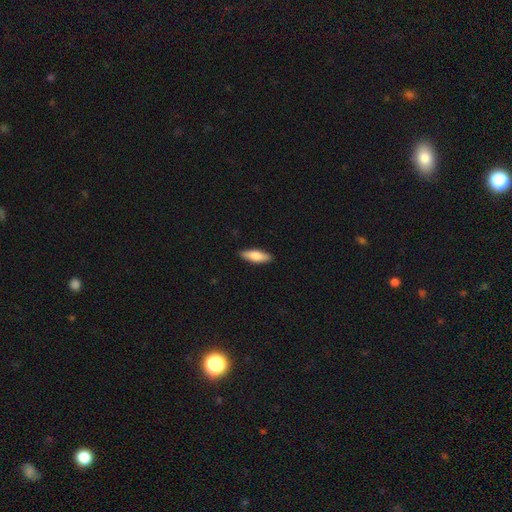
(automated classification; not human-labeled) The model was most divided on "how rounded": in between: 56%, cigar-shaped: 42%, round: 2%. More confident: merging — none (89%); smooth or featured — smooth (75%).